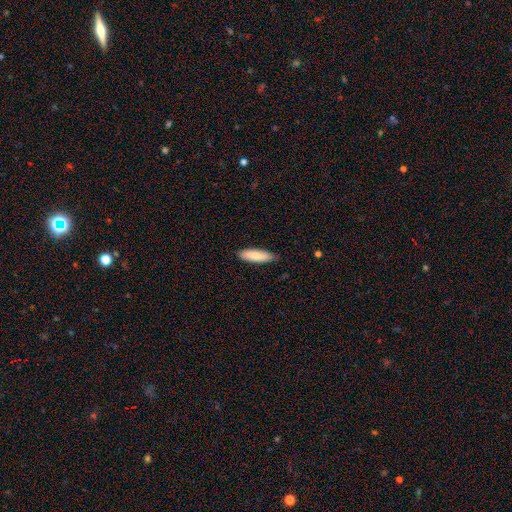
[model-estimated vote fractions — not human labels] smooth-or-featured: smooth: 84% | featured or disk: 11% | star or artifact: 6%
  how-rounded: cigar-shaped: 55% | in between: 44% | round: 1%
  merging: none: 82% | minor disturbance: 15% | major disturbance: 2% | merger: 1%